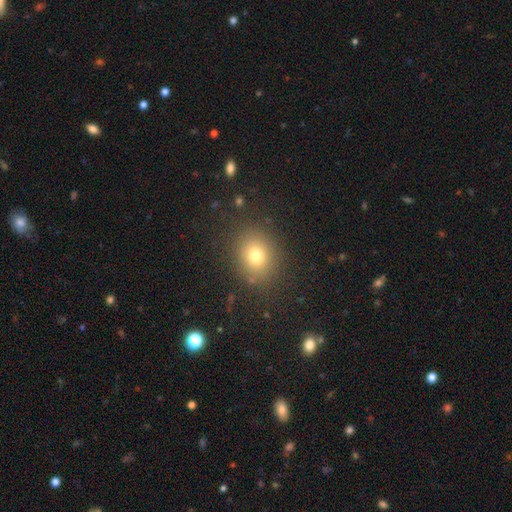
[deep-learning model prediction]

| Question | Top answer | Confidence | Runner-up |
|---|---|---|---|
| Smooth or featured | smooth | 74% | star or artifact (15%) |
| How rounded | round | 62% | in between (37%) |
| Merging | none | 85% | minor disturbance (9%) |